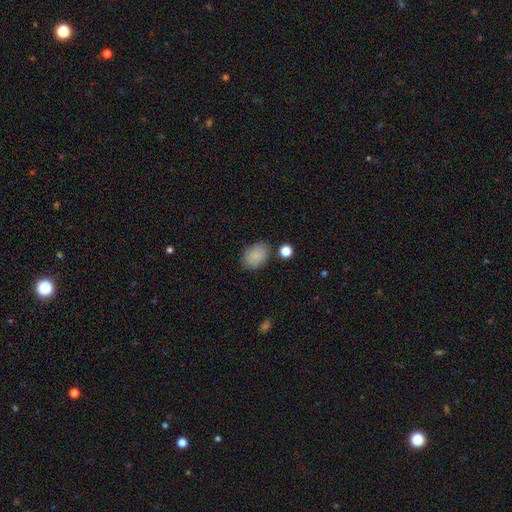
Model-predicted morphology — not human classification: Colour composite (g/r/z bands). It shows a smooth galaxy with no disk features (85%) that is in between round and cigar-shaped (78%). Merging: none (78%).